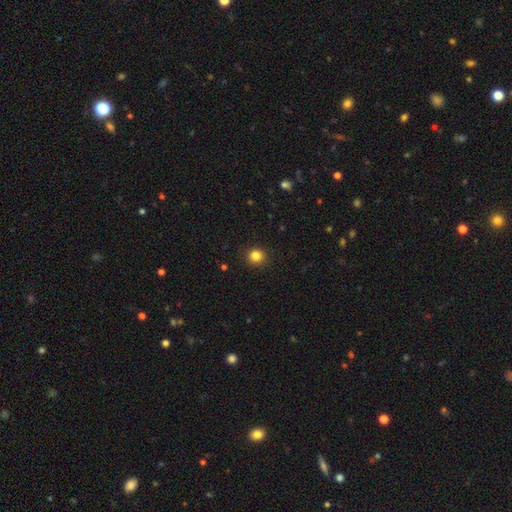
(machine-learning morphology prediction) smooth 84%, star or artifact 12%, featured or disk 4%. Down the decision tree: how rounded — round (91%); merging — none (91%).